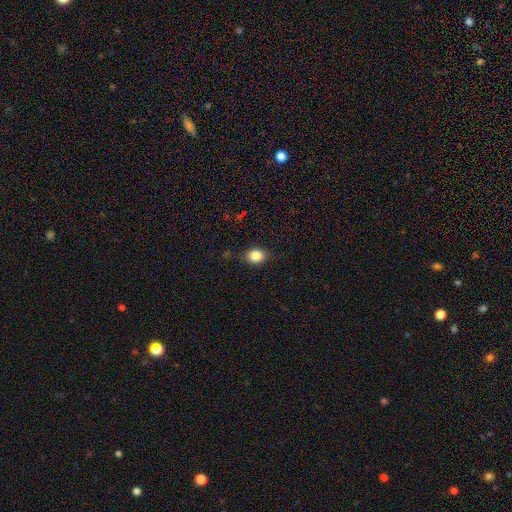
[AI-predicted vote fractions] A smooth galaxy with no disk features (84%) that is round (53%).

Vote fractions:
- Smooth or featured? smooth: 84% / star or artifact: 10% / featured or disk: 6%
- How rounded? round: 53% / in between: 45% / cigar-shaped: 1%
- Merging? none: 82% / minor disturbance: 14% / major disturbance: 3% / merger: 1%